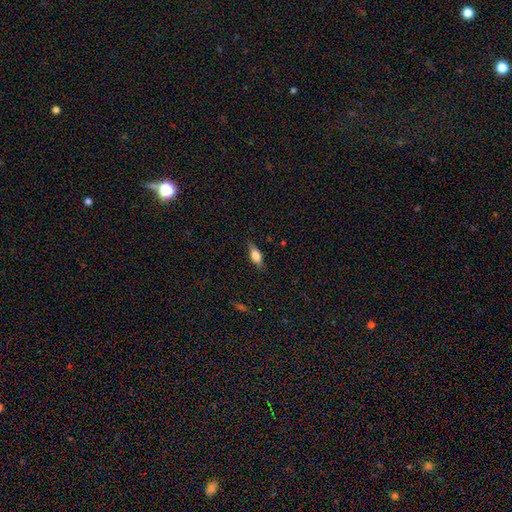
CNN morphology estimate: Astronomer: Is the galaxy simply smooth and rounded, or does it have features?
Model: smooth — 65%.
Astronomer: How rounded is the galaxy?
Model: in between — 76%.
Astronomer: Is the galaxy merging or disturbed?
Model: none — 78%.